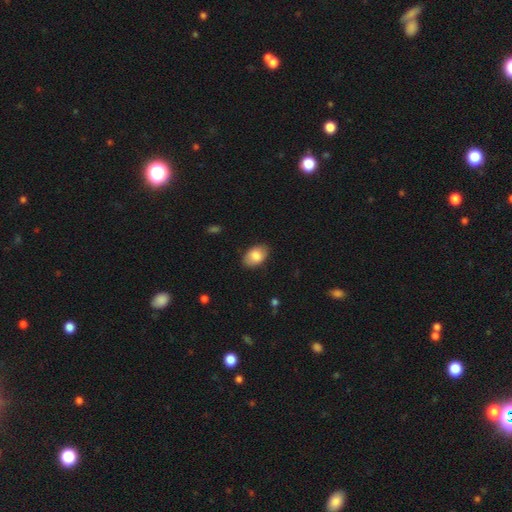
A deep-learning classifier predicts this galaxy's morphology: Smooth or featured? Predicted: smooth (p=0.83). How rounded? Predicted: in between (p=0.89). Merging? Predicted: none (p=0.84).